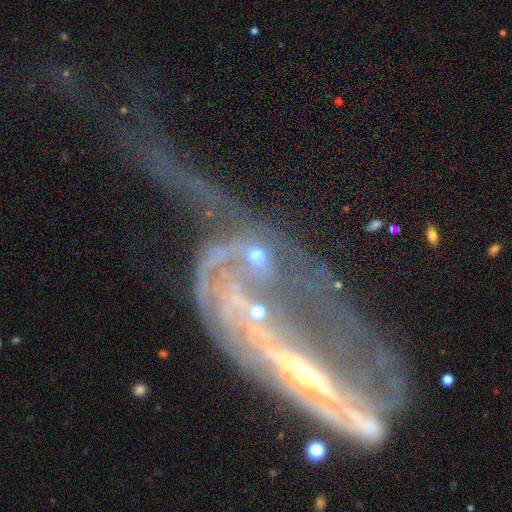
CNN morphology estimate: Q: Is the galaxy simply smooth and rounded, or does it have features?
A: featured or disk — 50%.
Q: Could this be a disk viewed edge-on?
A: no — 95%.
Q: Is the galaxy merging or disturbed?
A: merger — 31%.